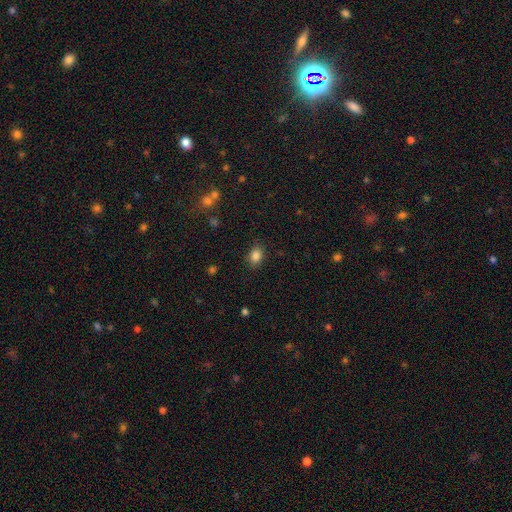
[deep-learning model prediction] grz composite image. It shows a smooth galaxy with no disk features (86%) that is in between round and cigar-shaped (75%). Merging: none (85%).